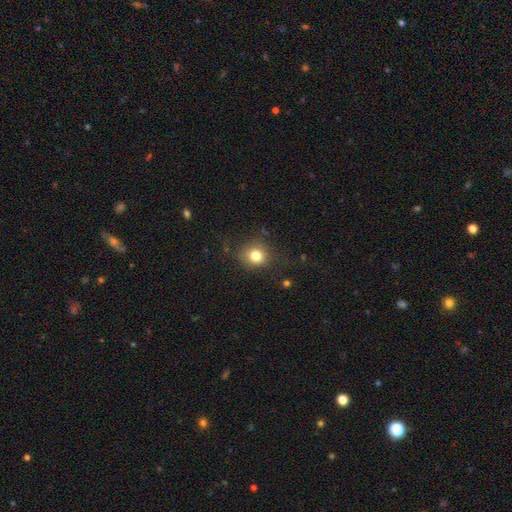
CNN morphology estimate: The model was most divided on "how rounded": round: 78%, in between: 21%, cigar-shaped: 1%. More confident: smooth or featured — smooth (80%); merging — none (77%).